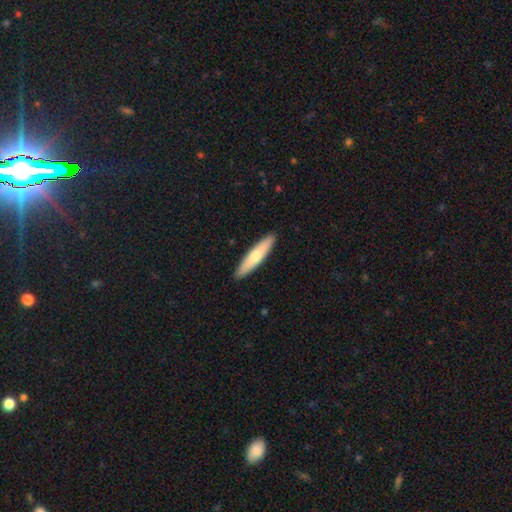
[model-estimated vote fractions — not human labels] Smooth or featured: smooth — 66% (featured or disk — 29%)
How rounded: cigar-shaped — 85% (in between — 13%)
Merging: none — 92% (minor disturbance — 6%)